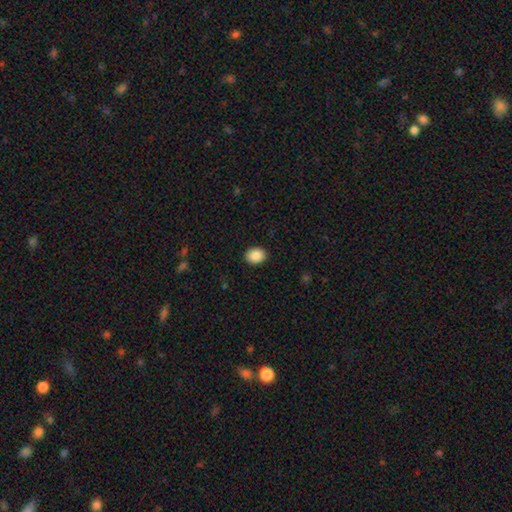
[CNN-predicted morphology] smooth 88%, star or artifact 8%, featured or disk 4%. Down the decision tree: how rounded — in between (52%); merging — none (91%).